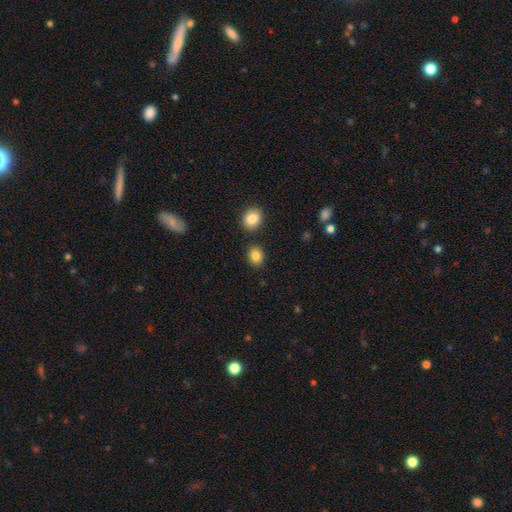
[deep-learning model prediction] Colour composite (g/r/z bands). It shows a smooth galaxy with no disk features (85%) that is round (53%). Merging: none (84%).